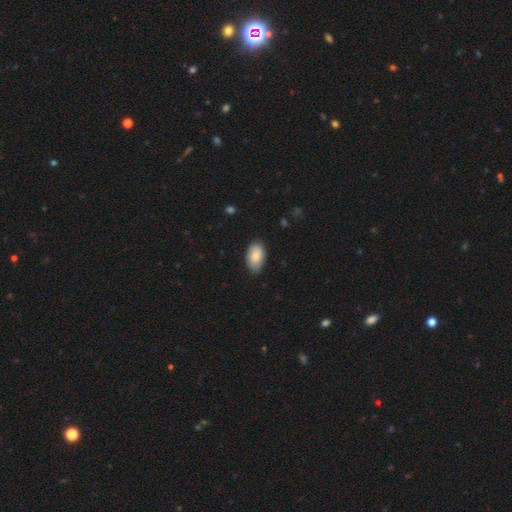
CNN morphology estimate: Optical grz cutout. It shows a smooth galaxy with no disk features (84%) that is in between round and cigar-shaped (94%). Merging: none (81%).